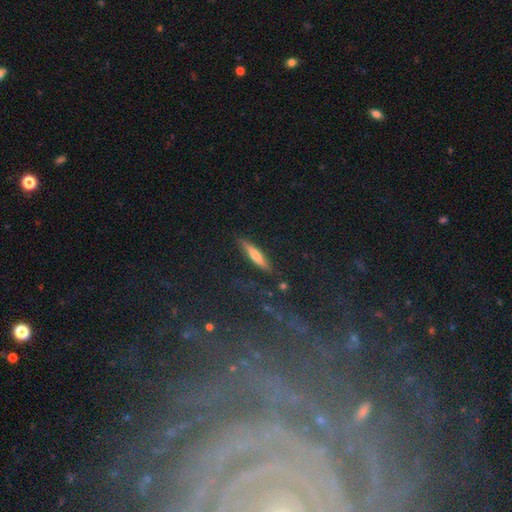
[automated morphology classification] The model was most divided on "smooth or featured": smooth: 65%, featured or disk: 27%, star or artifact: 9%. More confident: how rounded — cigar-shaped (87%); merging — none (85%).